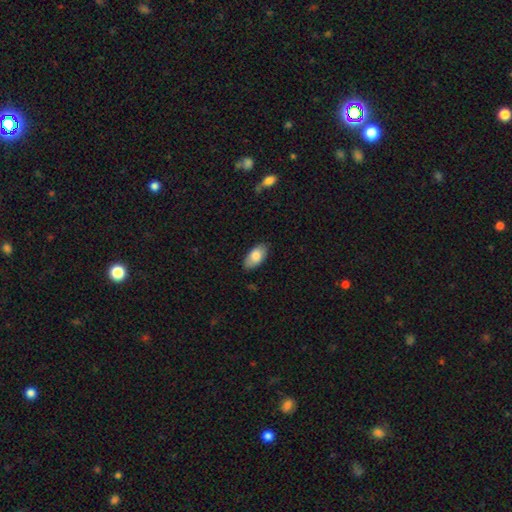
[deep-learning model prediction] Morphology: type=smooth (81%); roundness=in between (94%); merging=none (84%).